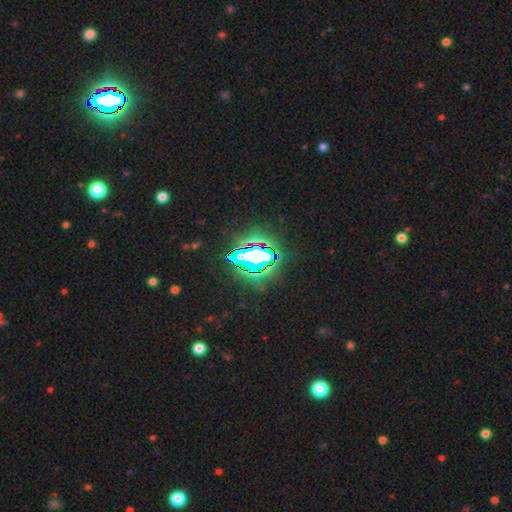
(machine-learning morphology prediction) Q: Smooth or featured?
A: star or artifact (75%); runner-up: smooth (14%)